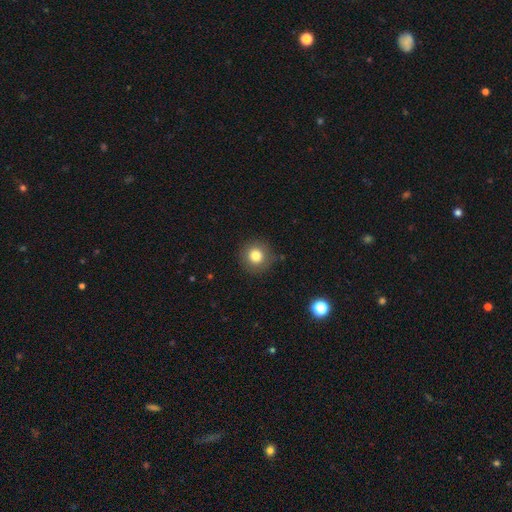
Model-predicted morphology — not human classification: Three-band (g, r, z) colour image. It shows a smooth galaxy with no disk features (80%) that is round (93%). Merging: none (86%).